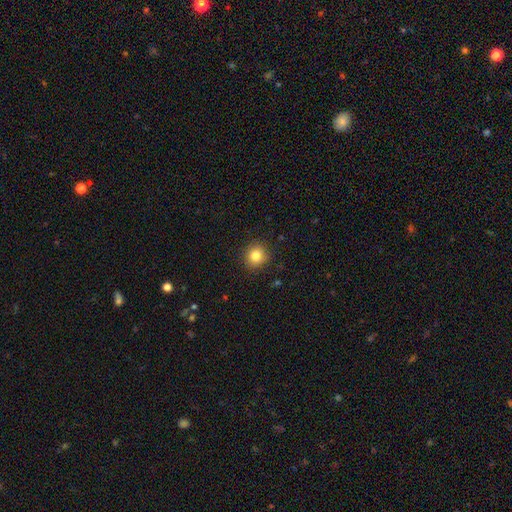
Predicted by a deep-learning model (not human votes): The model was most divided on "smooth or featured": smooth: 83%, star or artifact: 11%, featured or disk: 7%. More confident: merging — none (89%); how rounded — round (86%).